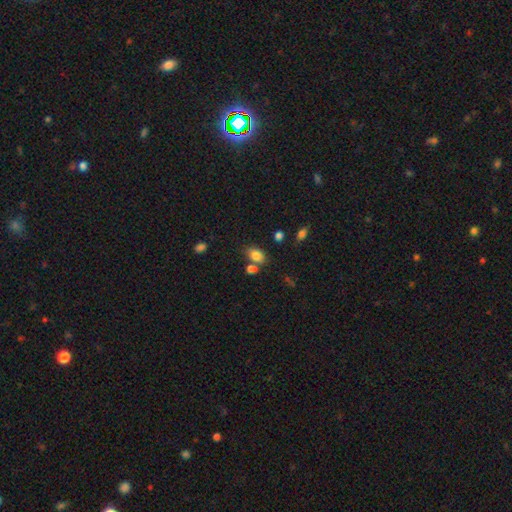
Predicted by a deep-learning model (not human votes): This is clearly a smooth galaxy (82%). How rounded: clearly in between (82%). Merging: possibly none (57%).